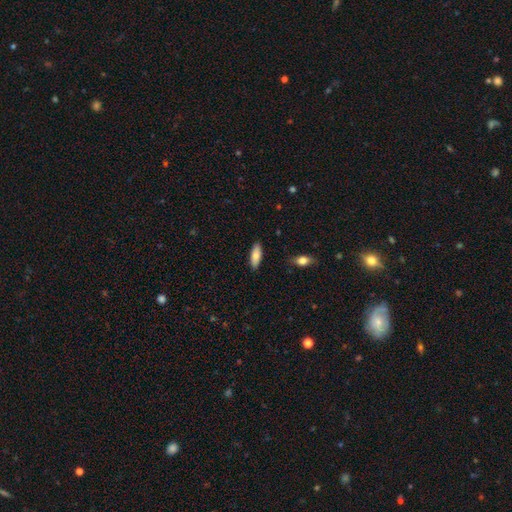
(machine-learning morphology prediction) type=smooth (78%); roundness=in between (66%); merging=none (88%).